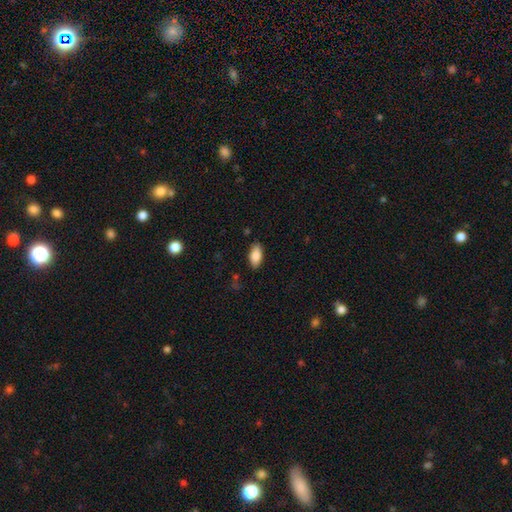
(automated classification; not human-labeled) smooth-or-featured: smooth: 83% | featured or disk: 10% | star or artifact: 7%
  how-rounded: in between: 91% | cigar-shaped: 6% | round: 3%
  merging: none: 85% | minor disturbance: 11% | major disturbance: 2% | merger: 1%